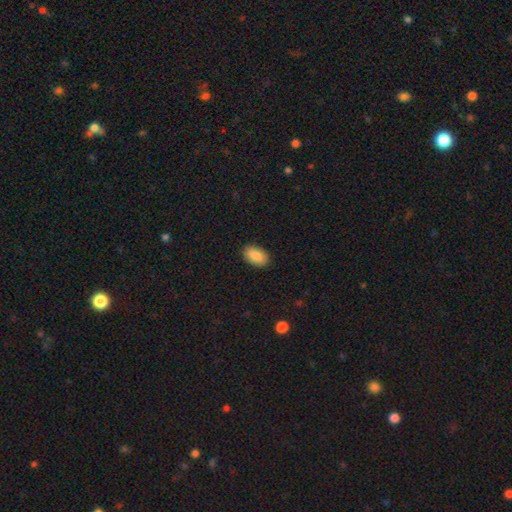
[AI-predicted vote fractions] smooth 88%, star or artifact 7%, featured or disk 5%. Down the decision tree: how rounded — in between (93%); merging — none (90%).